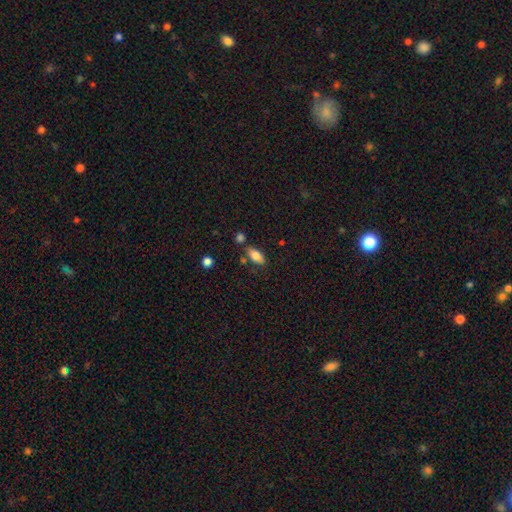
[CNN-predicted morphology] The model was most divided on "merging": none: 73%, minor disturbance: 14%, merger: 9%, major disturbance: 4%. More confident: how rounded — in between (88%); smooth or featured — smooth (84%).